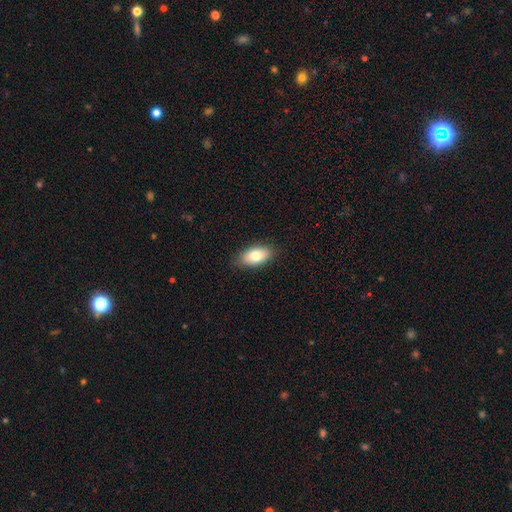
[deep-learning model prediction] Overall: smooth (80%). How rounded: in between (92%). Merging: none (86%).